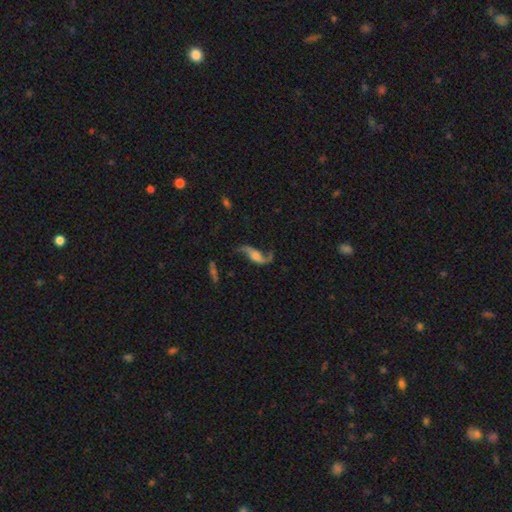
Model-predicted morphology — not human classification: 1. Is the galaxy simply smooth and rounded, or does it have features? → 82% featured or disk, 11% smooth, 7% star or artifact.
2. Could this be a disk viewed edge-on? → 90% no, 10% yes.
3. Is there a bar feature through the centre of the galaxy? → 56% no, 32% weak, 13% strong.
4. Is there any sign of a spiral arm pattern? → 94% yes, 6% no.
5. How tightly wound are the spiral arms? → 88% loose, 10% medium, 3% tight.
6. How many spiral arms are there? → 91% 2, 4% 1, 2% can't tell, 1% 3, 1% 4, 1% more than 4.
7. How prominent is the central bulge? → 35% moderate, 23% small, 20% large, 18% none, 4% dominant.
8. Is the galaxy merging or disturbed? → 64% none, 17% minor disturbance, 15% major disturbance, 4% merger.